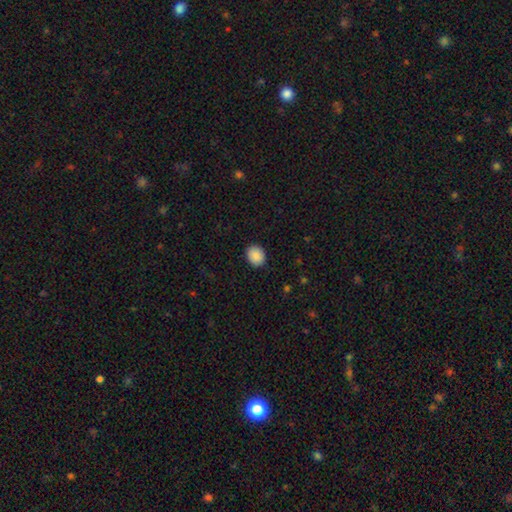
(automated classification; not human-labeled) Morphology: type=smooth (89%); roundness=round (62%); merging=none (90%).